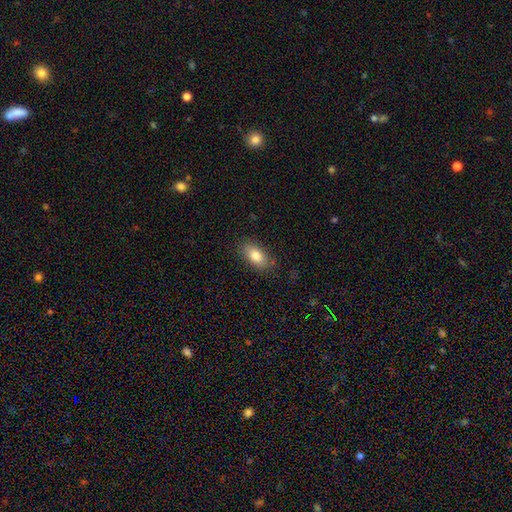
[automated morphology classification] Q: Smooth or featured?
A: smooth (81%); runner-up: featured or disk (12%)
Q: How rounded?
A: in between (89%); runner-up: cigar-shaped (6%)
Q: Merging?
A: none (82%); runner-up: minor disturbance (14%)